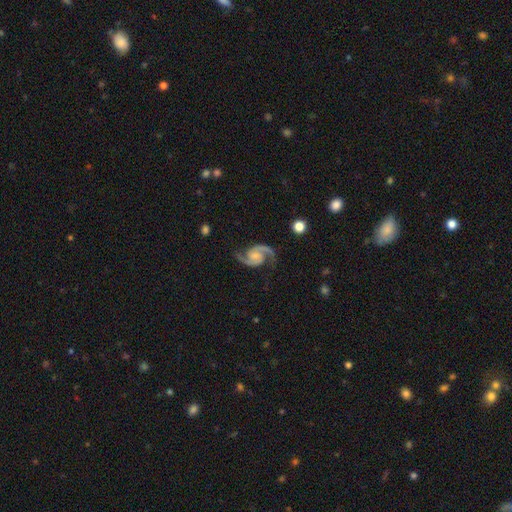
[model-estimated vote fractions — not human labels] Morphology: type=featured or disk (94%); edge-on=no (98%); bar=no (55%); spiral arms=yes (99%); winding=medium (62%); arm count=2 (95%); bulge=small (38%); merging=none (81%).